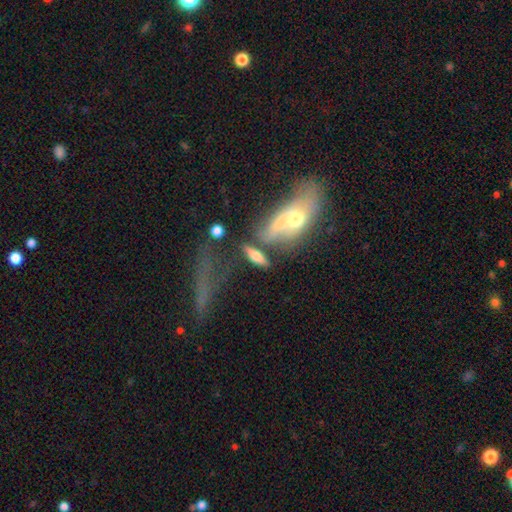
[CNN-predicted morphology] smooth-or-featured: smooth: 61% | featured or disk: 30% | star or artifact: 9%
  how-rounded: in between: 55% | cigar-shaped: 39% | round: 6%
  merging: none: 50% | merger: 24% | minor disturbance: 15% | major disturbance: 11%